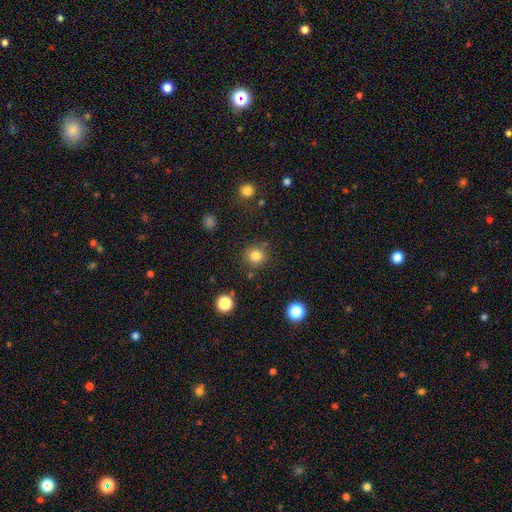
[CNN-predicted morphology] The model was most divided on "smooth or featured": smooth: 83%, star or artifact: 12%, featured or disk: 5%. More confident: how rounded — round (92%); merging — none (85%).